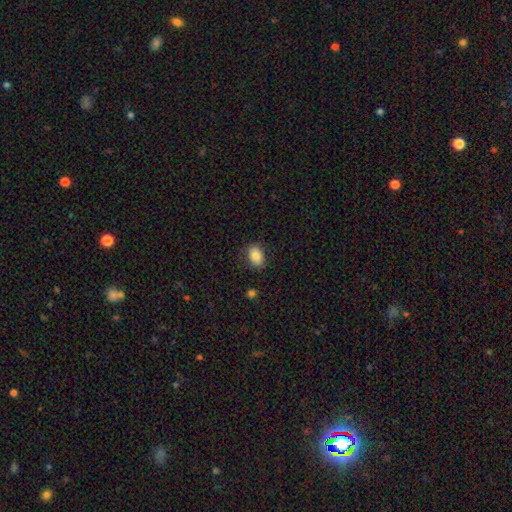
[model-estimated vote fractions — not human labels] Q: Smooth or featured?
A: smooth (82%); runner-up: featured or disk (9%)
Q: How rounded?
A: in between (79%); runner-up: round (20%)
Q: Merging?
A: none (83%); runner-up: minor disturbance (12%)